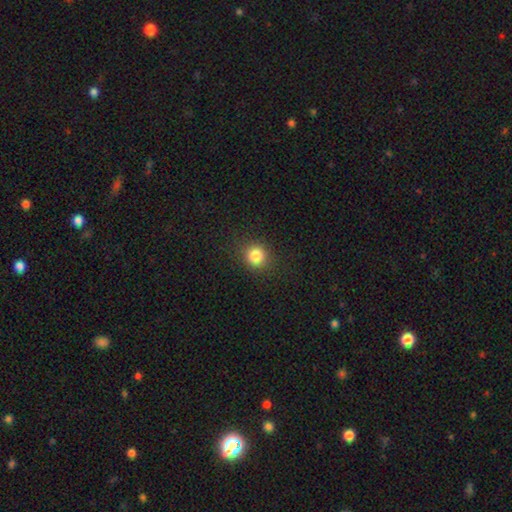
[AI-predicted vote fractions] Smooth or featured? Predicted: smooth (p=0.83). How rounded? Predicted: round (p=0.87). Merging? Predicted: none (p=0.88).